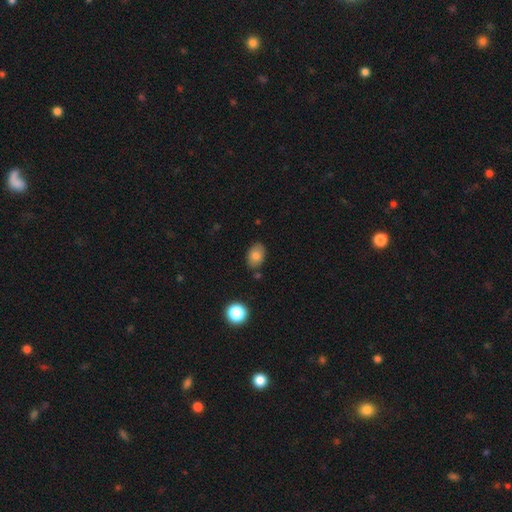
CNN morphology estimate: This is clearly a smooth galaxy (80%). How rounded: clearly in between (82%). Merging: likely none (80%).